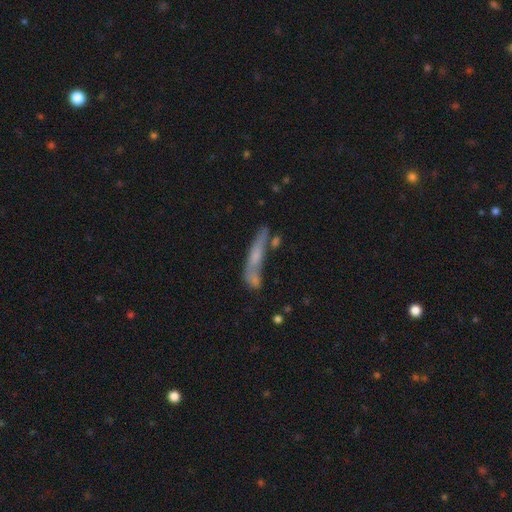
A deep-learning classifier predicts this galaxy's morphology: Overall: smooth (49%; featured or disk 41%). Merging: none (46%; merger 23%).